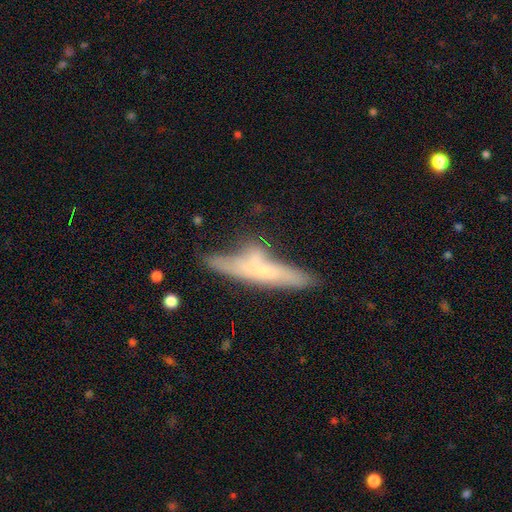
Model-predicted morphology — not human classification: Q: Smooth or featured?
A: smooth (52%); runner-up: featured or disk (39%)
Q: How rounded?
A: cigar-shaped (70%); runner-up: in between (25%)
Q: Merging?
A: none (38%); runner-up: minor disturbance (24%)